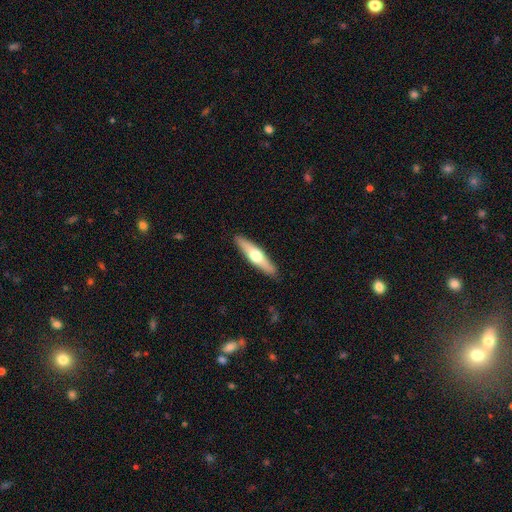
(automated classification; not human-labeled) Smooth or featured? Predicted: featured or disk (p=0.50). Edge-on disk? Predicted: yes (p=0.91). Merging? Predicted: none (p=0.90).